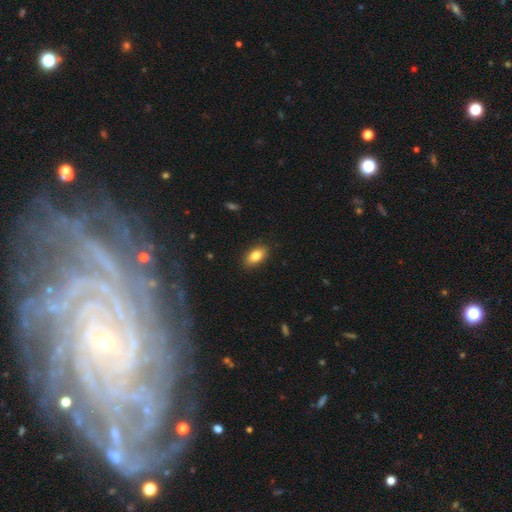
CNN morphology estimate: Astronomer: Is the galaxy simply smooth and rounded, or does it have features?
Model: smooth — 84%.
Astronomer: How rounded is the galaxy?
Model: in between — 90%.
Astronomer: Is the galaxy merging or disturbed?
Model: none — 87%.